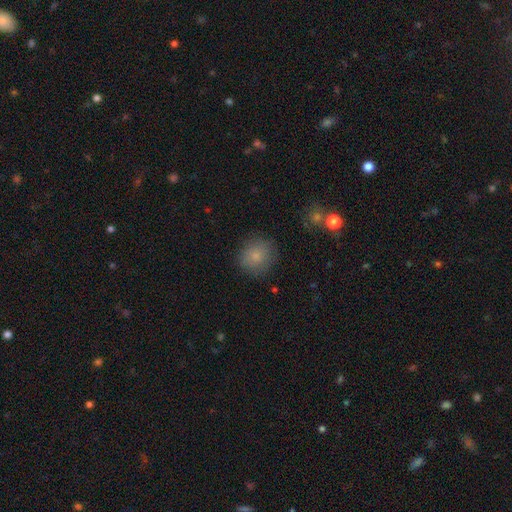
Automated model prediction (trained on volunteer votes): This appears to be a smooth galaxy with no disk features (82%) that is round (84%). Merging: none (84%).